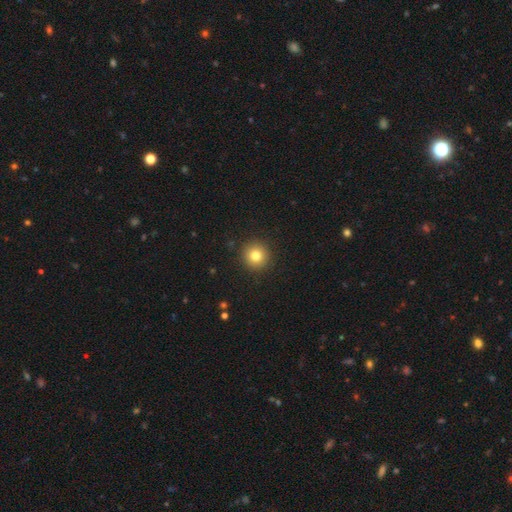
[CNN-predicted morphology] This appears to be a smooth galaxy with no disk features (80%) that is round (95%). Merging: none (92%).